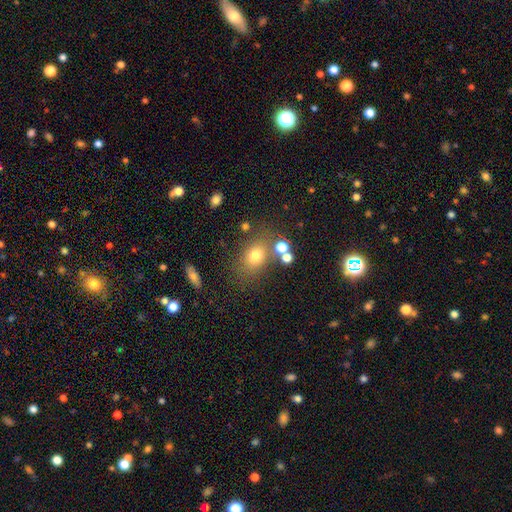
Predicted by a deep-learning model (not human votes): Morphology: type=smooth (72%); roundness=in between (61%); merging=none (68%).